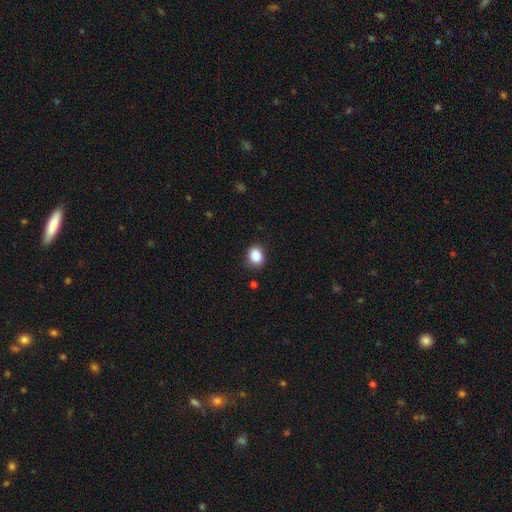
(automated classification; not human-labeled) This is clearly a smooth galaxy (88%). How rounded: possibly in between (52%). Merging: clearly none (85%).